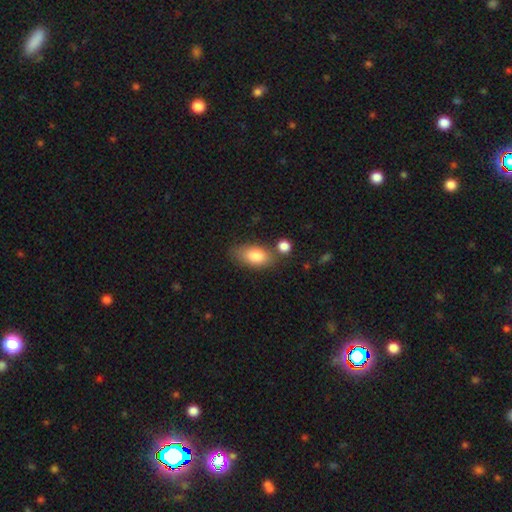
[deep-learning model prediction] Smooth or featured?
  - smooth: 82% *
  - featured or disk: 11%
  - star or artifact: 7%
How rounded?
  - in between: 90% *
  - round: 6%
  - cigar-shaped: 4%
Merging?
  - none: 65% *
  - minor disturbance: 16%
  - merger: 15%
  - major disturbance: 4%